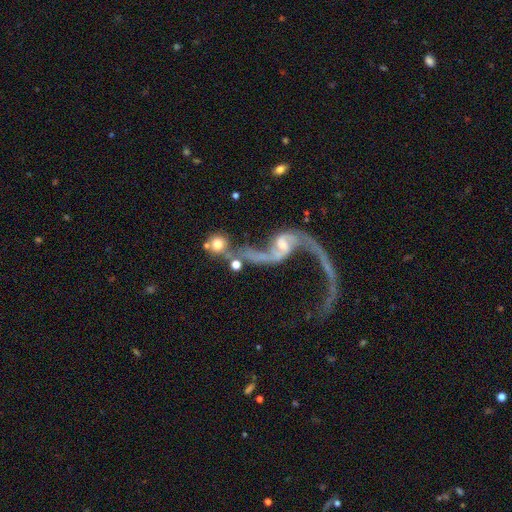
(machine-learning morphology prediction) Smooth or featured? featured or disk (87%)
Edge-on disk? no (96%)
Bar? no (46%)
Spiral arms? yes (92%)
Spiral winding? loose (92%)
Spiral arm count? 2 (87%)
Bulge size? small (53%)
Merging? none (30%)